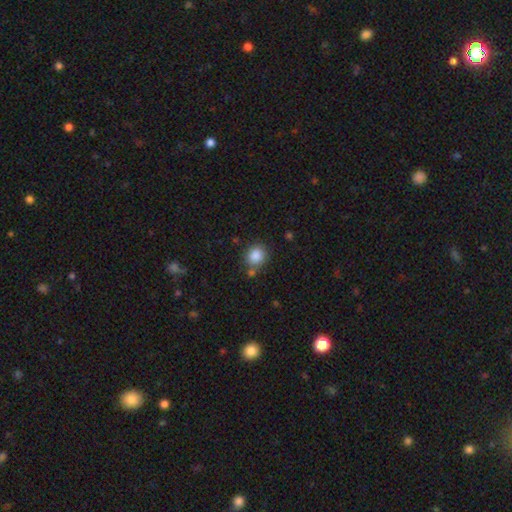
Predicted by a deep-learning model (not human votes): smooth 86%, star or artifact 10%, featured or disk 4%. Down the decision tree: how rounded — round (78%); merging — none (75%).